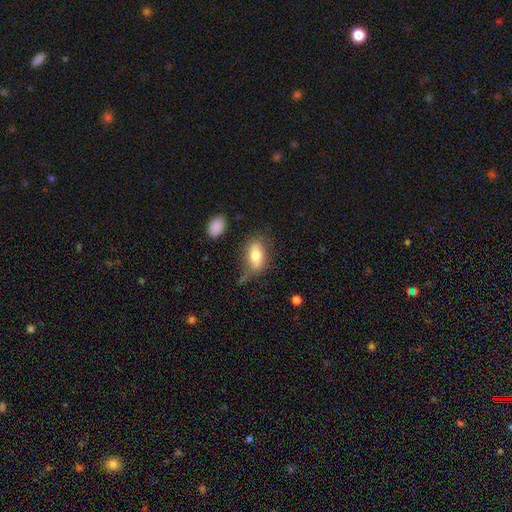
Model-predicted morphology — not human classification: Overall: smooth (77%). How rounded: in between (88%). Merging: none (63%; minor disturbance 23%).